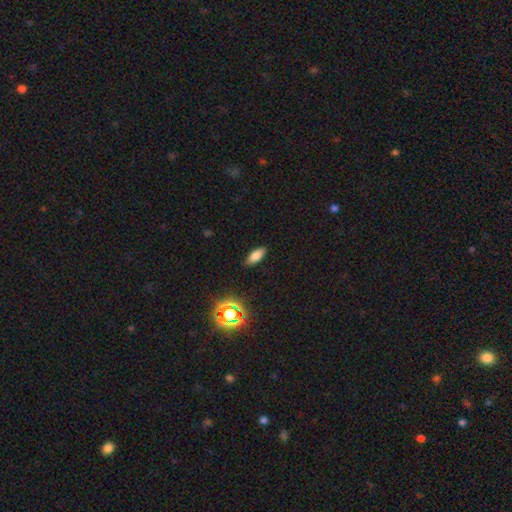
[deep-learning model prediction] This is likely a smooth galaxy (75%). How rounded: likely in between (79%). Merging: clearly none (86%).